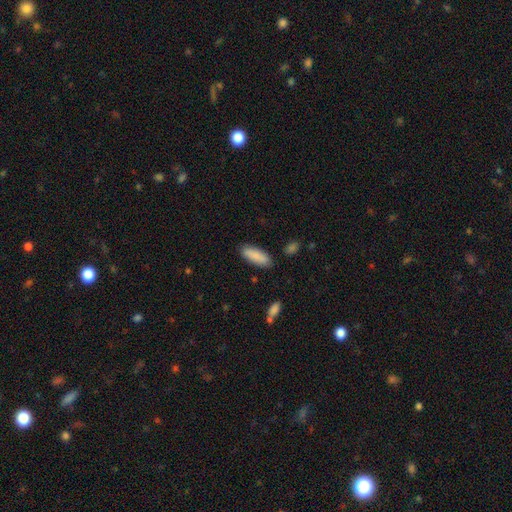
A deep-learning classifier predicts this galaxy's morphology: A smooth galaxy with no disk features (88%) that is in between round and cigar-shaped (66%). Merging: none (85%).